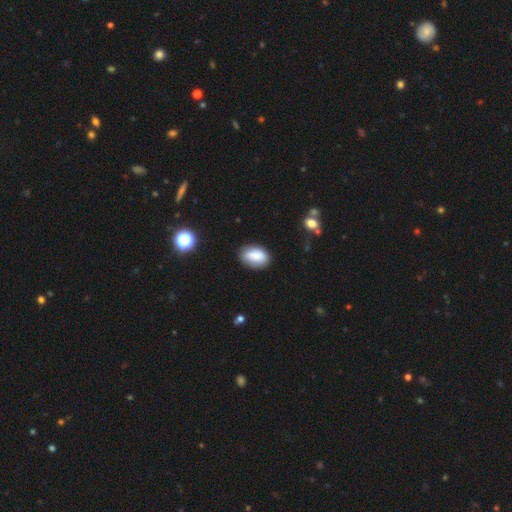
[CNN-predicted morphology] smooth 84%, featured or disk 8%, star or artifact 8%. Down the decision tree: how rounded — in between (88%); merging — none (79%).